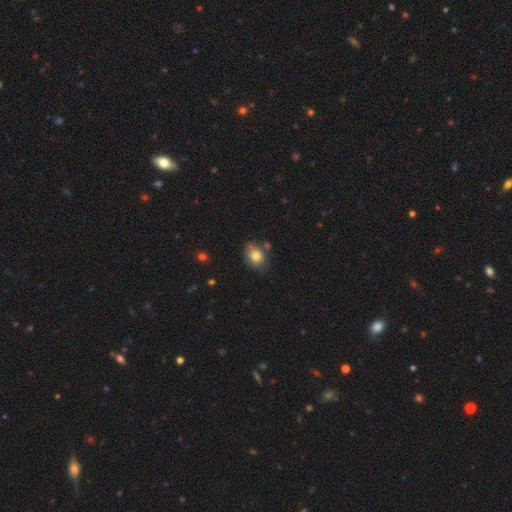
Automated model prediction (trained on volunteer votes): smooth 79%, featured or disk 12%, star or artifact 9%. Down the decision tree: how rounded — in between (55%); merging — none (64%).